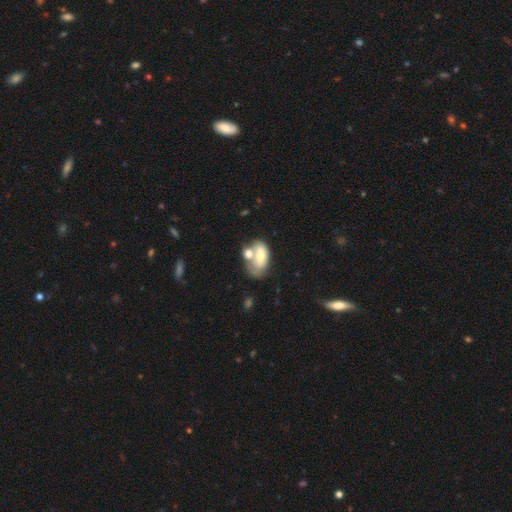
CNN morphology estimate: type=smooth (60%); roundness=in between (89%); merging=merger (51%).